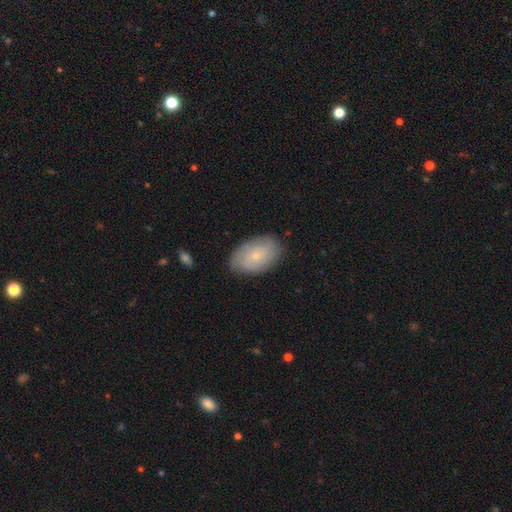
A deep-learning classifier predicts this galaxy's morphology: Smooth or featured: smooth — 62% (featured or disk — 30%)
How rounded: in between — 91% (round — 7%)
Merging: none — 81% (minor disturbance — 15%)